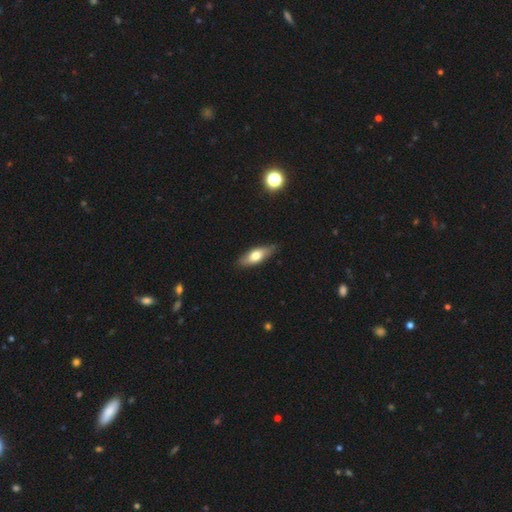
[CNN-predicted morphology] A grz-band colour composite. It shows a smooth galaxy with no disk features (63%) that is in between round and cigar-shaped (69%). Merging: none (82%).